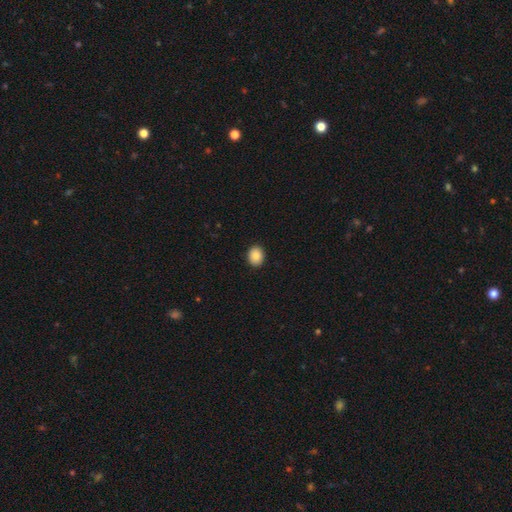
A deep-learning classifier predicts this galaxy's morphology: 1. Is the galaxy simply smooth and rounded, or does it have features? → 87% smooth, 8% star or artifact, 4% featured or disk.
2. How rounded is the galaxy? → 55% round, 44% in between, 1% cigar-shaped.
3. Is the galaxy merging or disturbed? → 91% none, 6% minor disturbance, 2% major disturbance, 1% merger.